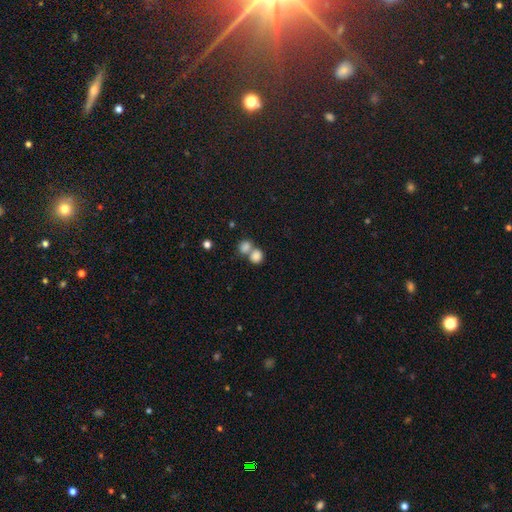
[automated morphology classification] Q: Smooth or featured?
A: smooth (82%); runner-up: star or artifact (9%)
Q: How rounded?
A: round (69%); runner-up: in between (30%)
Q: Merging?
A: merger (58%); runner-up: none (32%)